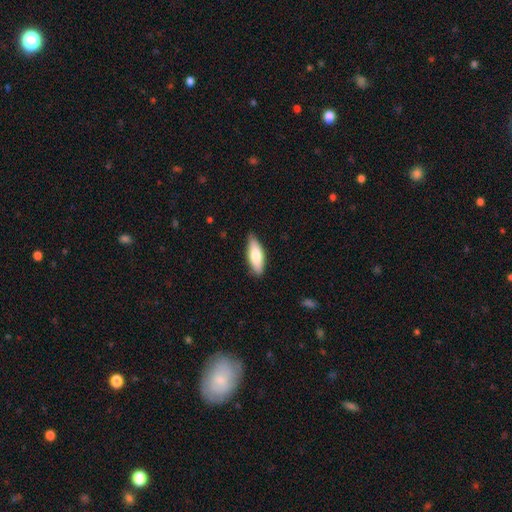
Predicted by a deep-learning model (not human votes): Smooth or featured? smooth (77%)
How rounded? in between (64%)
Merging? none (82%)